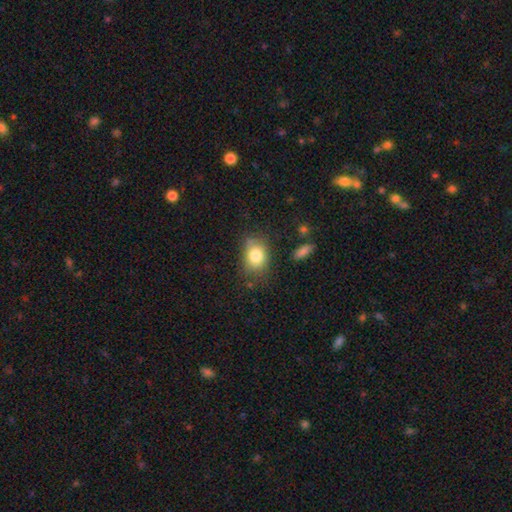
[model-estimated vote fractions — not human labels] This is clearly a smooth galaxy (81%). How rounded: likely in between (66%). Merging: likely none (71%).